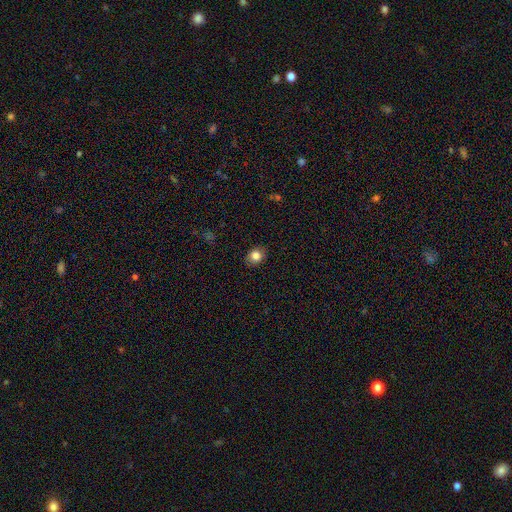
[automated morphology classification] Q: Smooth or featured?
A: smooth (82%); runner-up: star or artifact (10%)
Q: How rounded?
A: round (50%); runner-up: in between (49%)
Q: Merging?
A: none (86%); runner-up: minor disturbance (11%)